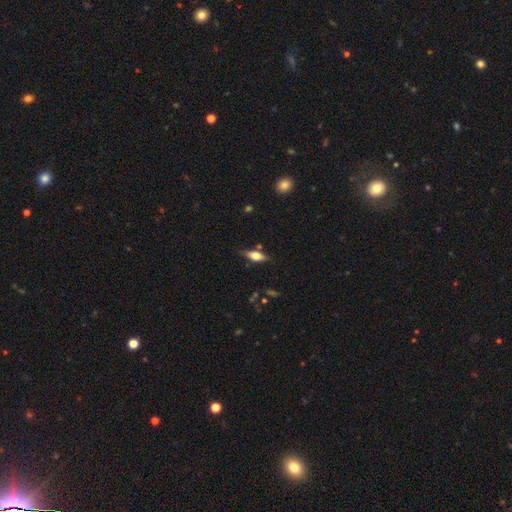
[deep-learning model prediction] smooth 49%, featured or disk 43%, star or artifact 8%. Down the decision tree: merging — none (73%).